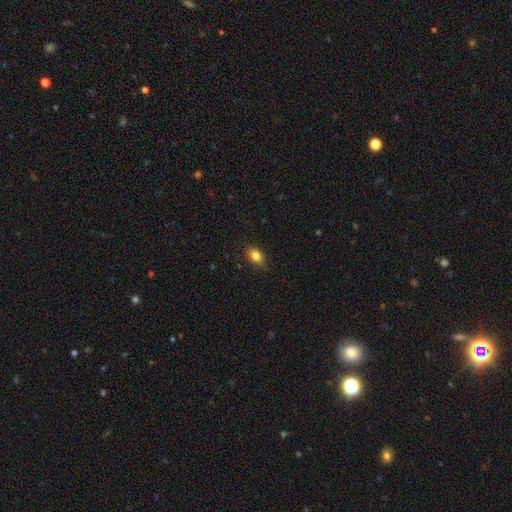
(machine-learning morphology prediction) A smooth galaxy with no disk features (83%) that is in between round and cigar-shaped (81%). Merging: none (84%).